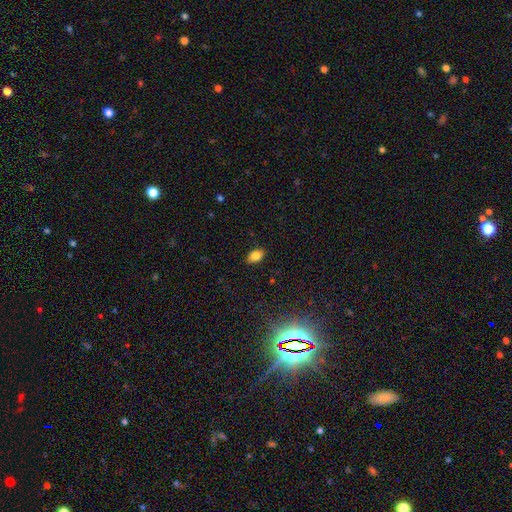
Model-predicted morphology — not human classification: Q: Smooth or featured?
A: smooth (81%); runner-up: star or artifact (10%)
Q: How rounded?
A: in between (89%); runner-up: round (9%)
Q: Merging?
A: none (87%); runner-up: minor disturbance (10%)